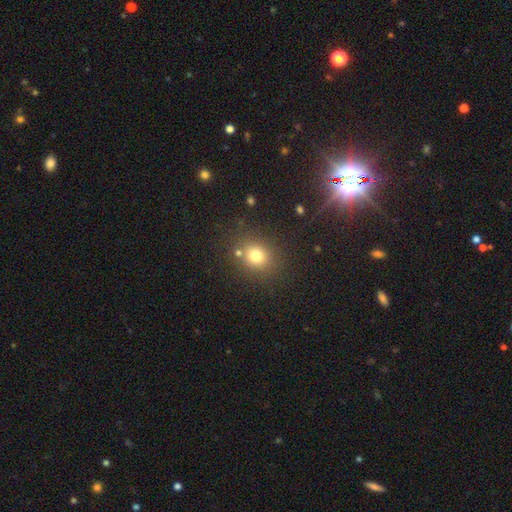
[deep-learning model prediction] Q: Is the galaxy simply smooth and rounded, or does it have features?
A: smooth — 76%.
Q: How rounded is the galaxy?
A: round — 75%.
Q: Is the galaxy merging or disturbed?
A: none — 79%.